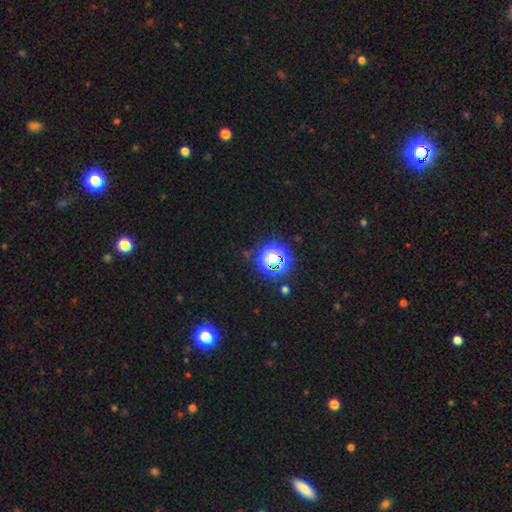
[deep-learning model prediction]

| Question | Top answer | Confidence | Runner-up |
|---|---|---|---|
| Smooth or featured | star or artifact | 76% | smooth (18%) |